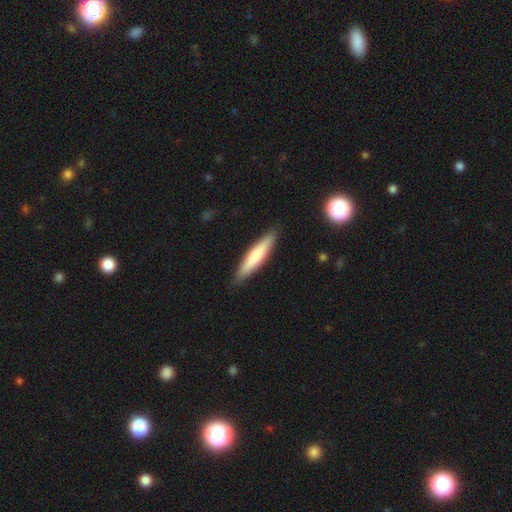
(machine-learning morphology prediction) smooth-or-featured: smooth: 68% | featured or disk: 26% | star or artifact: 5%
  how-rounded: cigar-shaped: 87% | in between: 12% | round: 1%
  merging: none: 89% | minor disturbance: 8% | major disturbance: 2% | merger: 1%